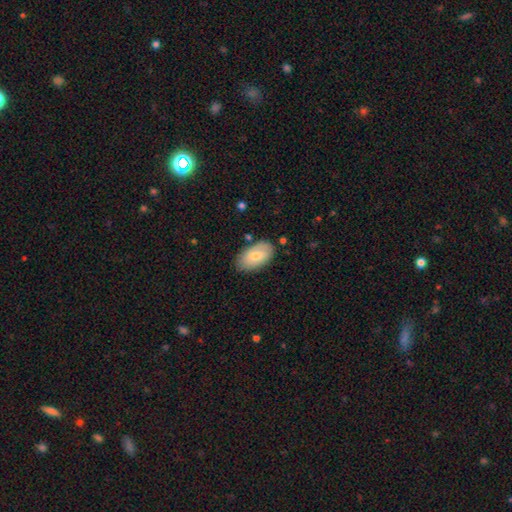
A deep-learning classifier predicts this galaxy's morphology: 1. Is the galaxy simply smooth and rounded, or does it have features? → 74% smooth, 20% featured or disk, 6% star or artifact.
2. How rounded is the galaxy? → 95% in between, 4% round, 2% cigar-shaped.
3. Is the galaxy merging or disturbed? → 80% none, 15% minor disturbance, 3% major disturbance, 2% merger.